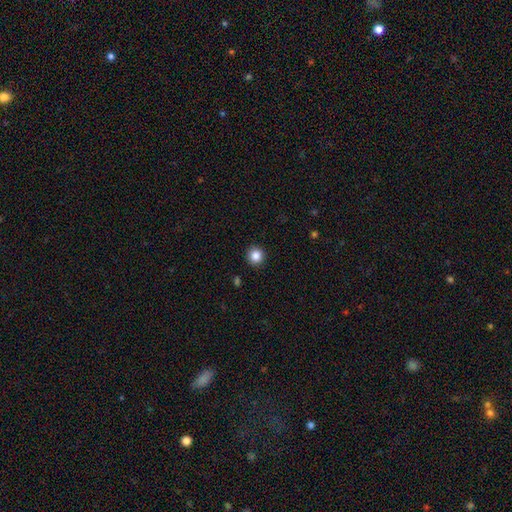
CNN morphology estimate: Smooth or featured: smooth — 86% (star or artifact — 10%)
How rounded: round — 94% (in between — 5%)
Merging: none — 92% (minor disturbance — 5%)